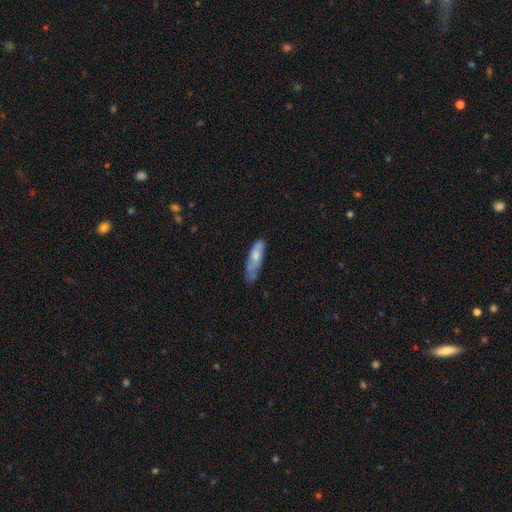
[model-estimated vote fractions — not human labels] A smooth galaxy with no disk features (62%) that is cigar-shaped (61%).

Vote fractions:
- Smooth or featured? smooth: 62% / featured or disk: 32% / star or artifact: 6%
- How rounded? cigar-shaped: 61% / in between: 37% / round: 2%
- Merging? none: 48% / minor disturbance: 33% / major disturbance: 11% / merger: 7%